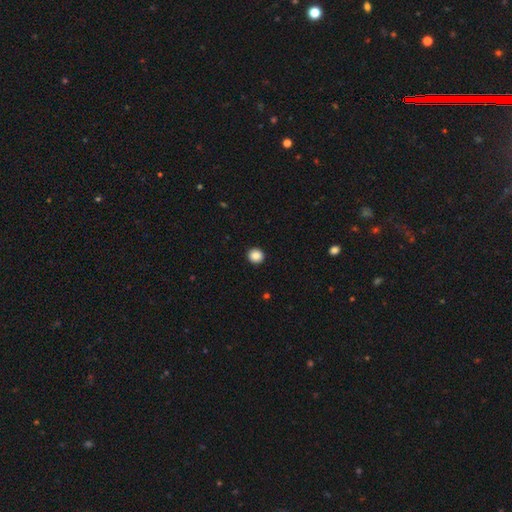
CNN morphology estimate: smooth_or_featured: smooth (p=0.88) [alt: star or artifact p=0.09]
how_rounded: round (p=0.91) [alt: in between p=0.08]
merging: none (p=0.93) [alt: minor disturbance p=0.04]